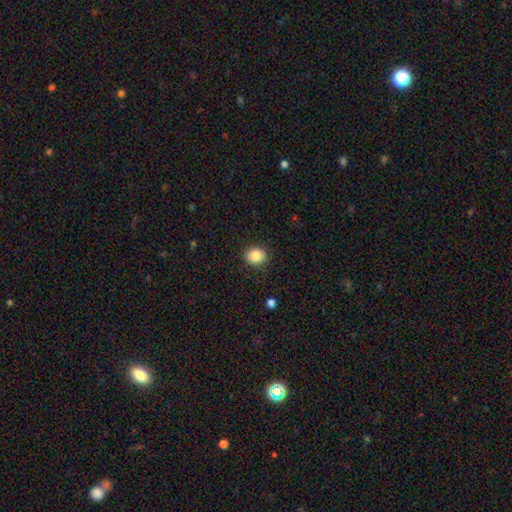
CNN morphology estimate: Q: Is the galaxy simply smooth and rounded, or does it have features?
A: smooth — 86%.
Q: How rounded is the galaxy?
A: round — 61%.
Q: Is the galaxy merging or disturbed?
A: none — 89%.